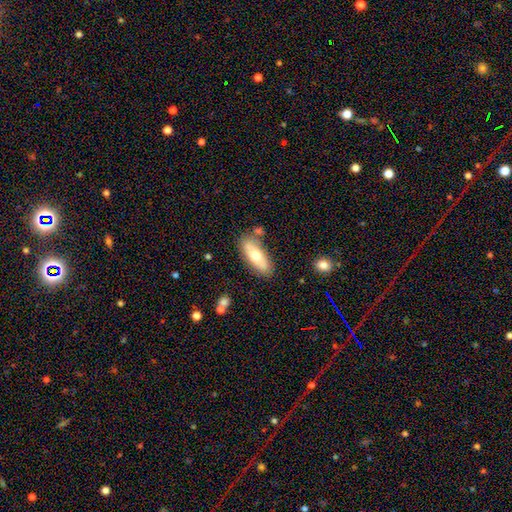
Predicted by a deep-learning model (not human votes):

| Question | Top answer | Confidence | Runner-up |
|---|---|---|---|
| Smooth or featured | smooth | 62% | featured or disk (32%) |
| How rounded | in between | 69% | cigar-shaped (29%) |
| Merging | none | 74% | minor disturbance (15%) |